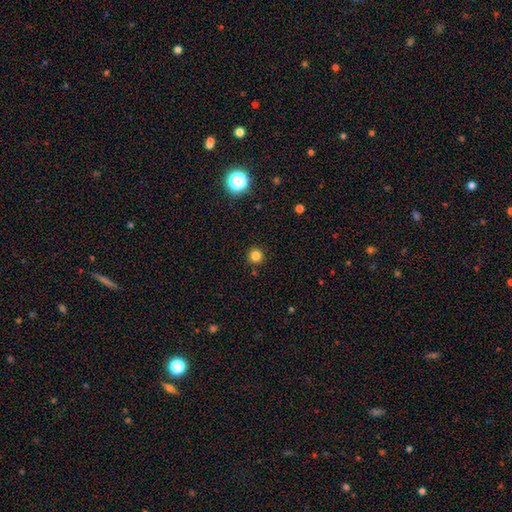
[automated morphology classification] The model was most divided on "smooth or featured": smooth: 81%, star or artifact: 14%, featured or disk: 4%. More confident: how rounded — round (95%); merging — none (91%).